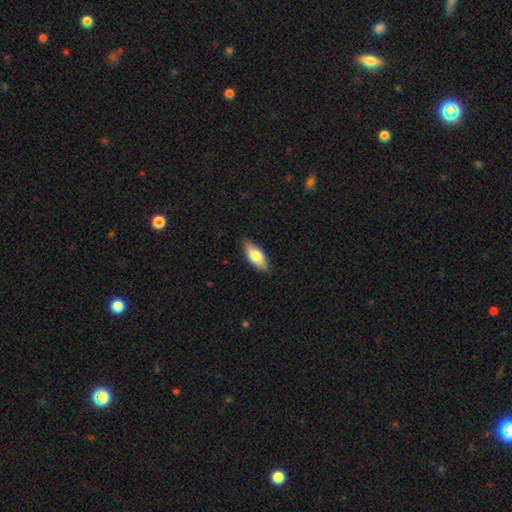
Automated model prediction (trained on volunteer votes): This is likely a smooth galaxy (77%). How rounded: clearly in between (84%). Merging: clearly none (87%).